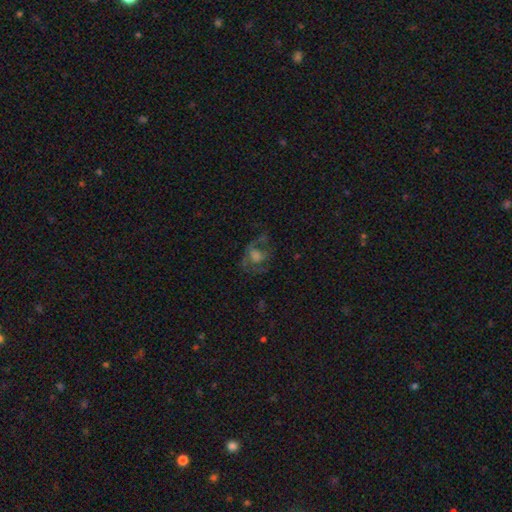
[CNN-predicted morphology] A featured or disk galaxy (55%) with no bar (71%), spiral arms (55%) and a moderate central bulge (35%).

Vote fractions:
- Smooth or featured? featured or disk: 55% / smooth: 26% / star or artifact: 19%
- Edge-on disk? no: 97% / yes: 3%
- Bar? no: 71% / weak: 24% / strong: 5%
- Spiral arms? yes: 55% / no: 45%
- Bulge size? moderate: 35% / large: 22% / none: 21% / small: 19% / dominant: 3%
- Merging? none: 48% / major disturbance: 32% / minor disturbance: 17% / merger: 3%